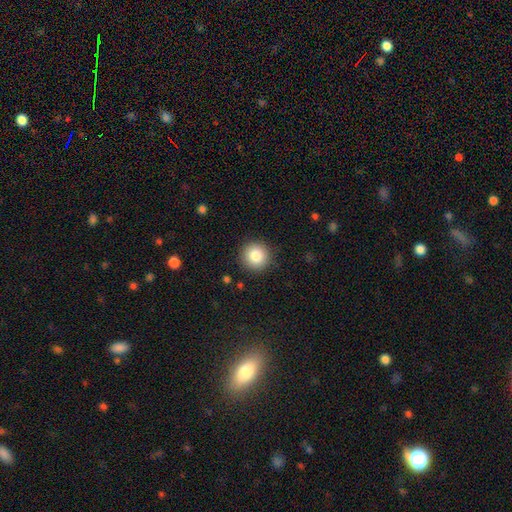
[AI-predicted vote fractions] A smooth galaxy with no disk features (84%) that is round (95%).

Vote fractions:
- Smooth or featured? smooth: 84% / star or artifact: 9% / featured or disk: 7%
- How rounded? round: 95% / in between: 4% / cigar-shaped: 1%
- Merging? none: 91% / minor disturbance: 6% / major disturbance: 2% / merger: 1%